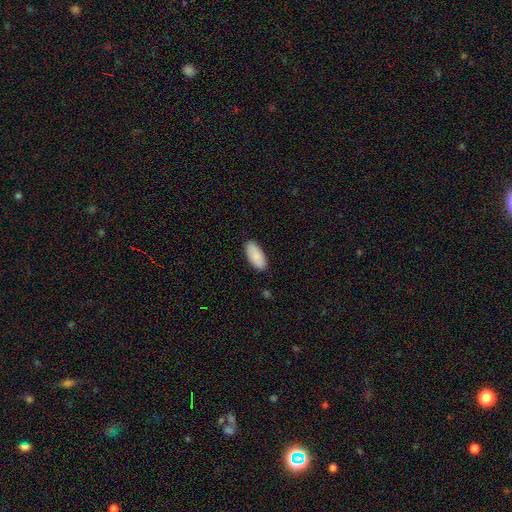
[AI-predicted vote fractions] Smooth or featured?
  - smooth: 89% *
  - featured or disk: 6%
  - star or artifact: 5%
How rounded?
  - in between: 91% *
  - cigar-shaped: 8%
  - round: 2%
Merging?
  - none: 88% *
  - minor disturbance: 9%
  - major disturbance: 2%
  - merger: 1%